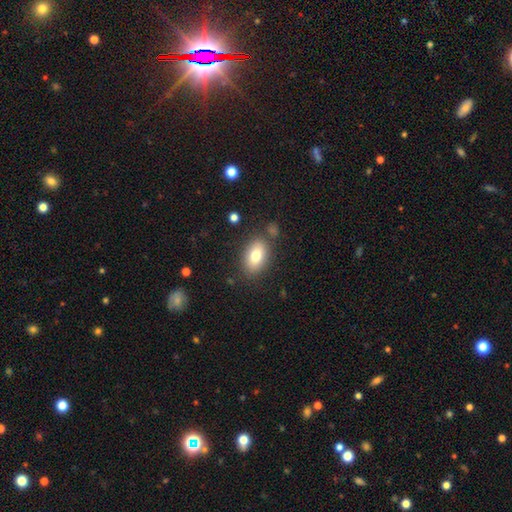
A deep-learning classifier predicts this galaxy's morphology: Smooth or featured? smooth (77%)
How rounded? in between (86%)
Merging? none (80%)